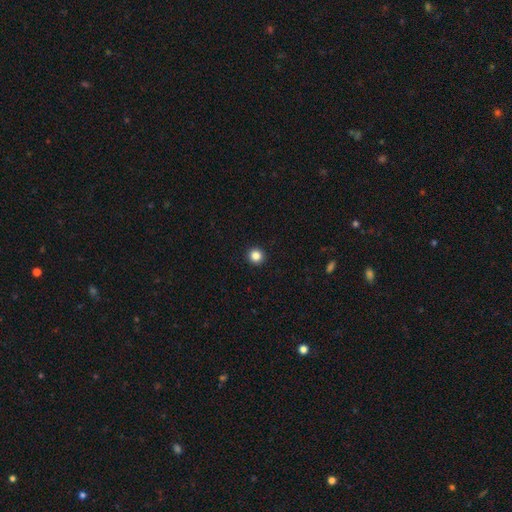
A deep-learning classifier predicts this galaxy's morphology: smooth 85%, star or artifact 11%, featured or disk 4%. Down the decision tree: how rounded — round (95%); merging — none (94%).